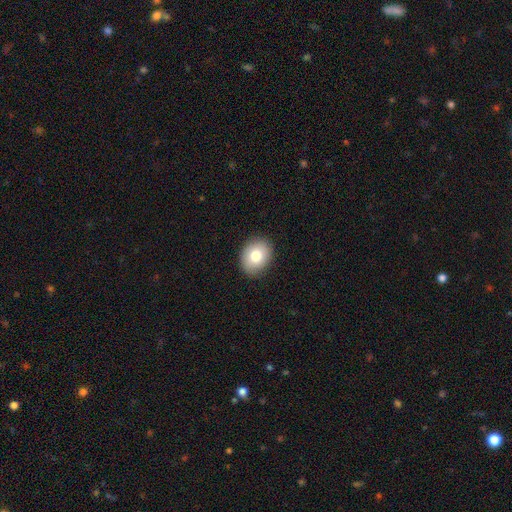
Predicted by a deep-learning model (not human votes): smooth_or_featured: smooth (p=0.80) [alt: featured or disk p=0.12]
how_rounded: in between (p=0.54) [alt: round p=0.45]
merging: none (p=0.89) [alt: minor disturbance p=0.08]